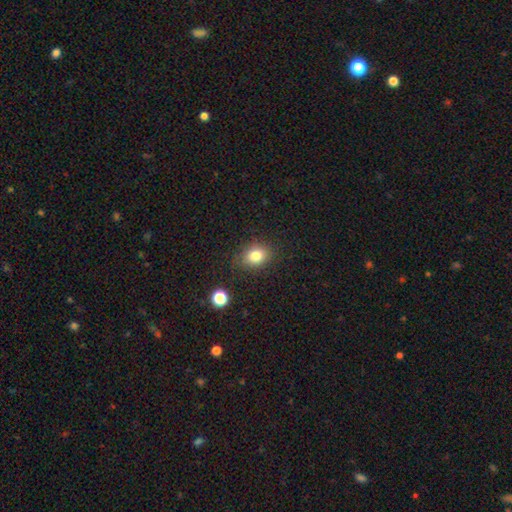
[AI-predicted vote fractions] smooth 82%, star or artifact 11%, featured or disk 7%. Down the decision tree: how rounded — in between (55%); merging — none (81%).